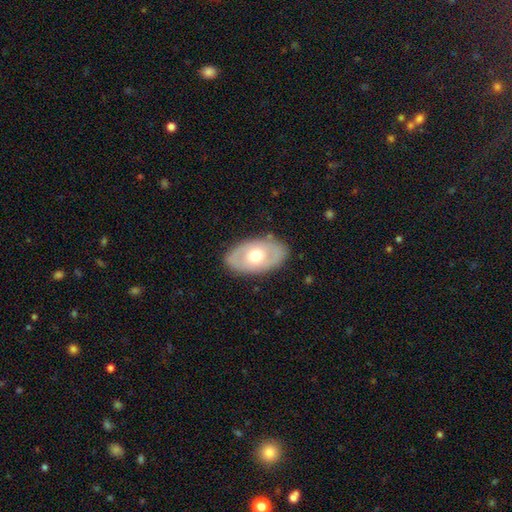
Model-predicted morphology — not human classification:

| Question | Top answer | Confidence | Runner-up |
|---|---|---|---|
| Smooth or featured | featured or disk | 49% | smooth (46%) |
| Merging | none | 84% | minor disturbance (12%) |